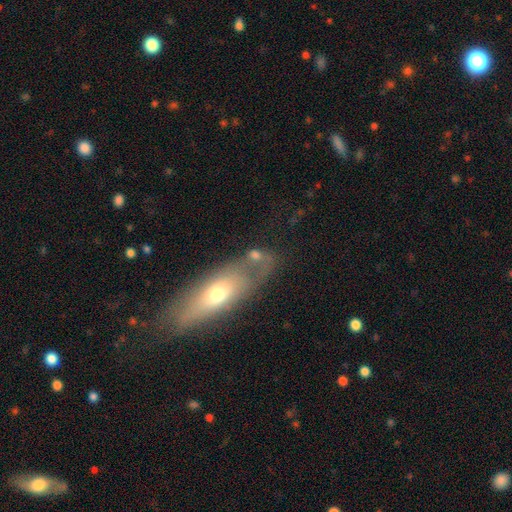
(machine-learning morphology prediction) Smooth or featured?
  - smooth: 59% *
  - featured or disk: 28%
  - star or artifact: 14%
How rounded?
  - in between: 64% *
  - round: 28%
  - cigar-shaped: 7%
Merging?
  - merger: 38% *
  - none: 33%
  - major disturbance: 17%
  - minor disturbance: 12%